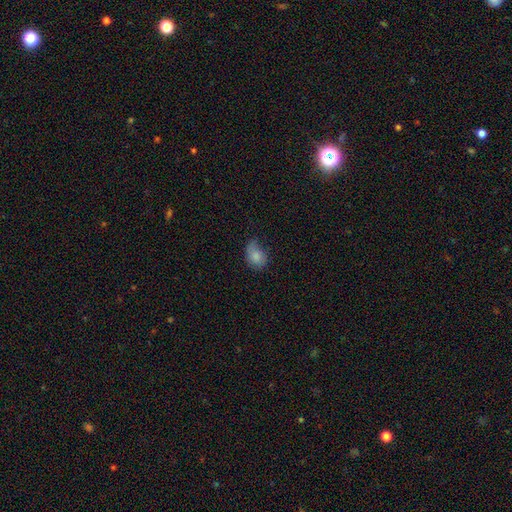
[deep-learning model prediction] Q: Smooth or featured?
A: smooth (81%); runner-up: featured or disk (11%)
Q: How rounded?
A: in between (72%); runner-up: round (27%)
Q: Merging?
A: none (44%); runner-up: minor disturbance (39%)